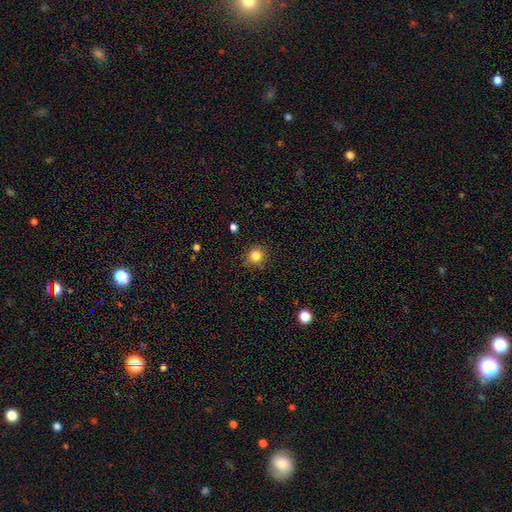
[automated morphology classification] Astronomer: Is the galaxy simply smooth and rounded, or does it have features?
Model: smooth — 83%.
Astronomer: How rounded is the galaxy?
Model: round — 91%.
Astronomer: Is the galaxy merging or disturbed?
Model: none — 85%.